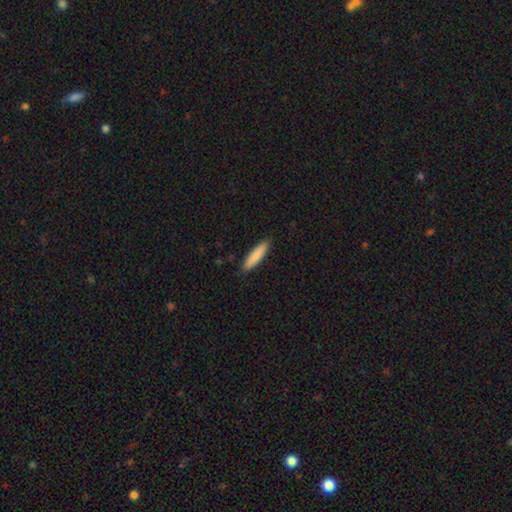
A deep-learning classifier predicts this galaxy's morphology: Q: Smooth or featured?
A: smooth (85%); runner-up: featured or disk (10%)
Q: How rounded?
A: cigar-shaped (79%); runner-up: in between (20%)
Q: Merging?
A: none (88%); runner-up: minor disturbance (9%)